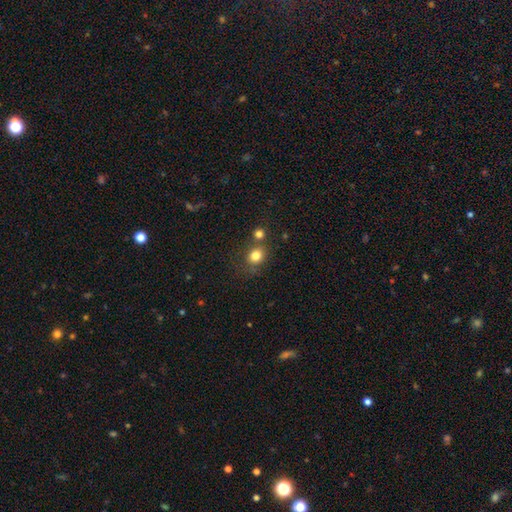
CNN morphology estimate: smooth 81%, star or artifact 12%, featured or disk 7%. Down the decision tree: how rounded — round (73%); merging — none (64%).